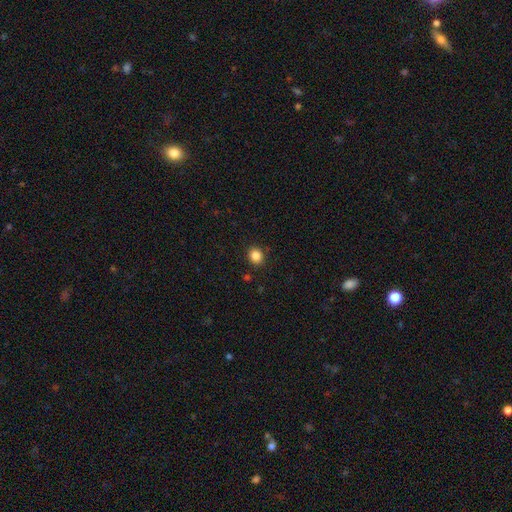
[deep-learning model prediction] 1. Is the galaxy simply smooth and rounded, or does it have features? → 85% smooth, 11% star or artifact, 4% featured or disk.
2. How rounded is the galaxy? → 71% round, 28% in between, 1% cigar-shaped.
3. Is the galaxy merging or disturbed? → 89% none, 7% minor disturbance, 2% major disturbance, 2% merger.